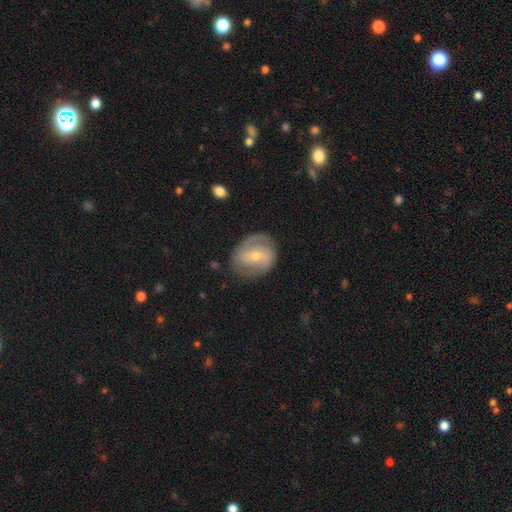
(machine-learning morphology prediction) Overall: featured or disk (74%). Edge-on disk: no (96%). Bar: weak (42%; no 31%). Spiral arms: yes (87%). Spiral arm count: 2 (77%). Spiral winding: medium (43%; tight 38%). Bulge size: small (55%; moderate 41%). Merging: none (77%).